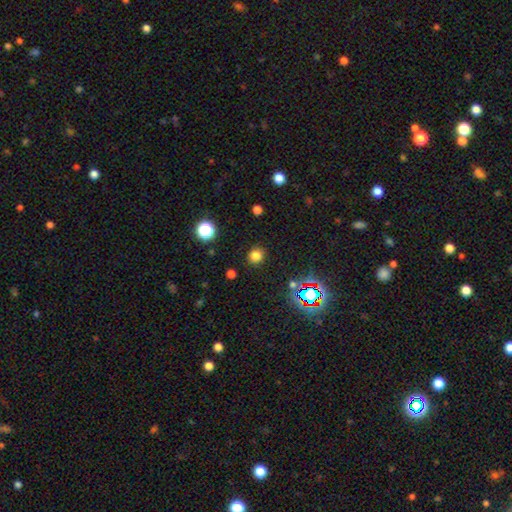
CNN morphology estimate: Smooth or featured: smooth — 77% (star or artifact — 17%)
How rounded: round — 85% (in between — 14%)
Merging: none — 89% (minor disturbance — 7%)